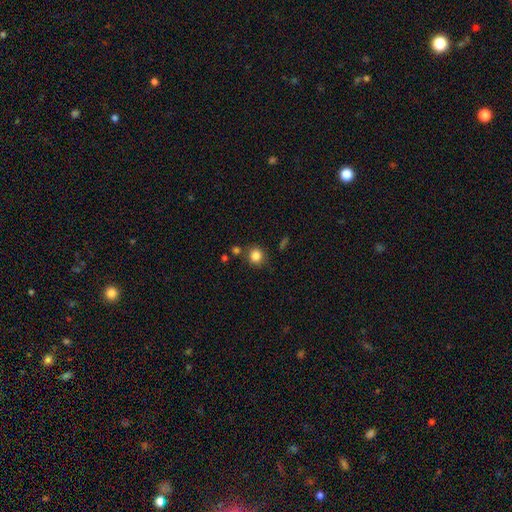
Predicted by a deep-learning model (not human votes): This is clearly a smooth galaxy (84%). How rounded: clearly round (88%). Merging: likely none (78%).